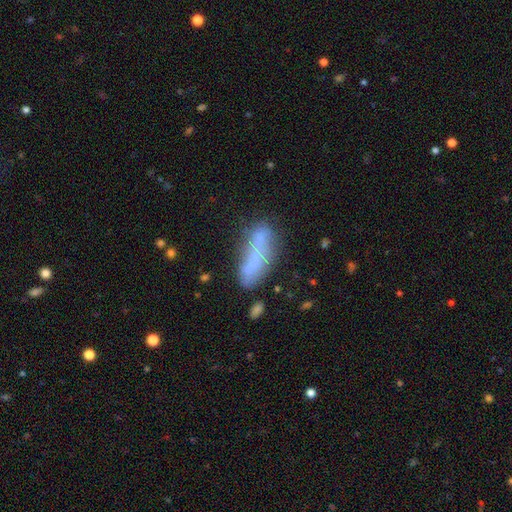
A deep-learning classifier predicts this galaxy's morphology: smooth-or-featured: smooth: 66% | featured or disk: 24% | star or artifact: 10%
  how-rounded: in between: 49% | cigar-shaped: 48% | round: 2%
  merging: none: 52% | minor disturbance: 26% | major disturbance: 12% | merger: 10%